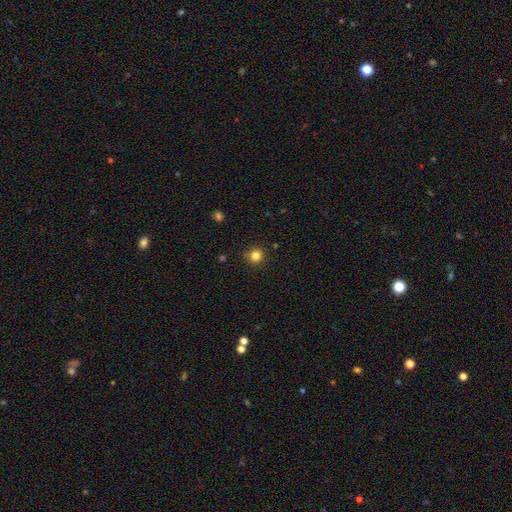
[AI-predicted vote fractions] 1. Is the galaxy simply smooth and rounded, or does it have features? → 81% smooth, 14% star or artifact, 5% featured or disk.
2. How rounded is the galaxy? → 92% round, 7% in between, 1% cigar-shaped.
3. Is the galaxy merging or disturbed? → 87% none, 9% minor disturbance, 2% major disturbance, 2% merger.